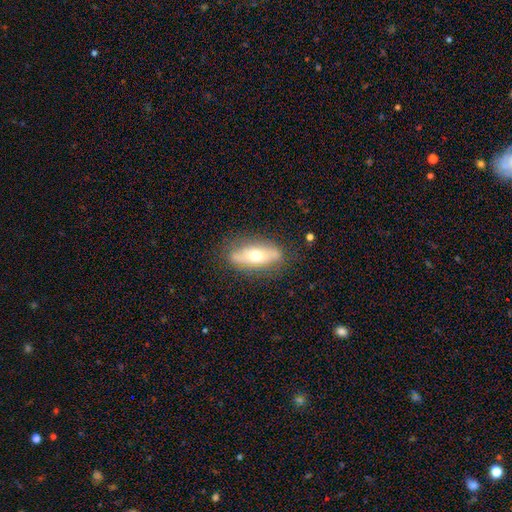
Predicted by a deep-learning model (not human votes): smooth 48%, featured or disk 45%, star or artifact 7%. Down the decision tree: merging — none (79%).